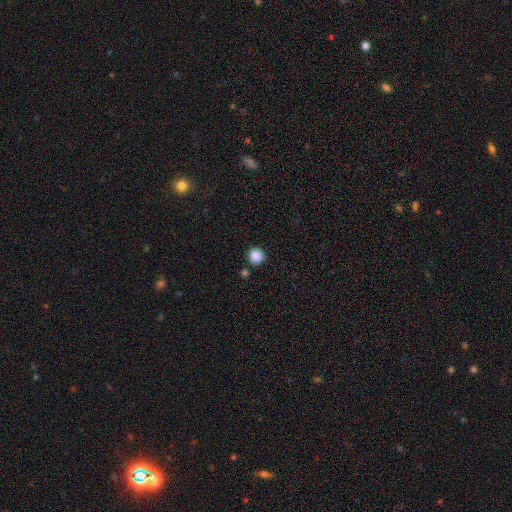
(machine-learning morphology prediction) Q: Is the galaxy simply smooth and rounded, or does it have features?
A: smooth — 87%.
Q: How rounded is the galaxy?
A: round — 94%.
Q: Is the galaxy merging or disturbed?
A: none — 85%.